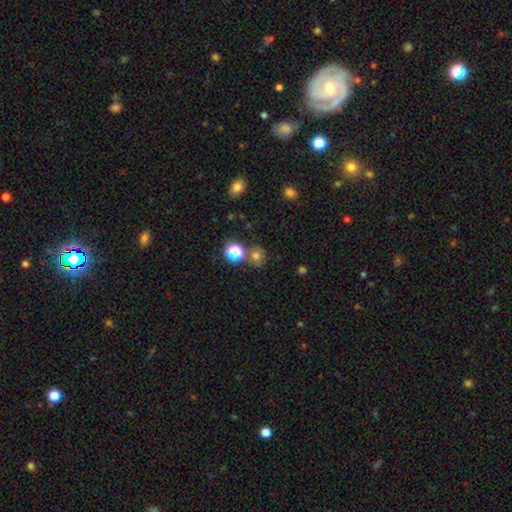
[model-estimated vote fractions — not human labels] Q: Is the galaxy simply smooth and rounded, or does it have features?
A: smooth — 67%.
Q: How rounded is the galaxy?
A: round — 82%.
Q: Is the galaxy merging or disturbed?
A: none — 72%.